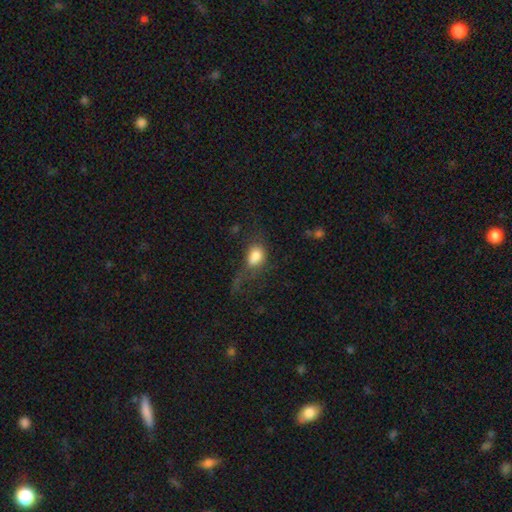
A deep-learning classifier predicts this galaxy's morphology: Smooth or featured? Predicted: smooth (p=0.77). How rounded? Predicted: in between (p=0.72). Merging? Predicted: major disturbance (p=0.43).